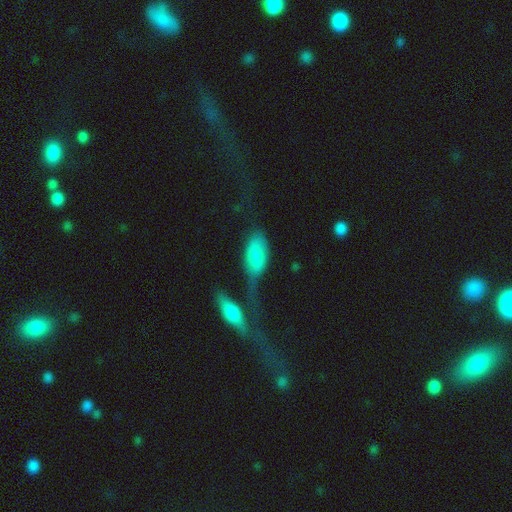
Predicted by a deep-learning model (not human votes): A smooth galaxy with no disk features (77%) that is in between round and cigar-shaped (89%). Merging: merger (35%).